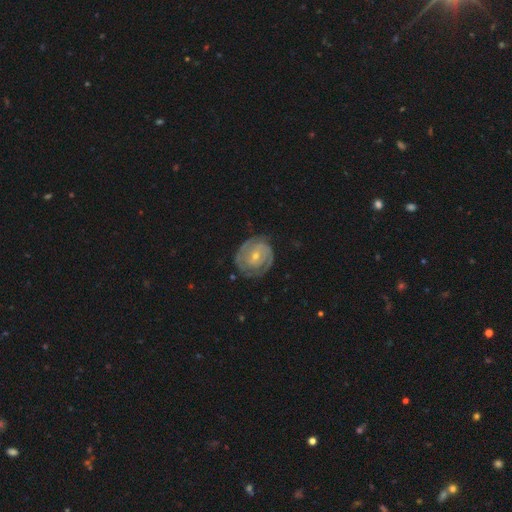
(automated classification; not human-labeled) This is clearly a featured or disk galaxy (84%). It is clearly not viewed edge-on (97%). Bar: possibly no (49%). Spiral arm pattern: clearly yes (94%). Spiral arm count: possibly 2 (55%). Spiral winding: likely tight (69%). Central bulge: possibly small (59%). Merging: likely none (72%).